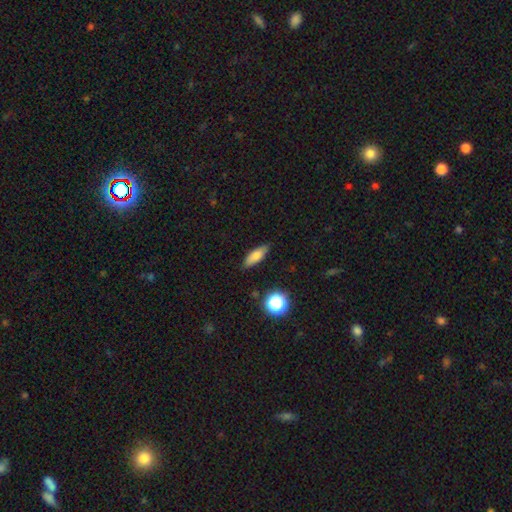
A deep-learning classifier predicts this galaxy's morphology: Smooth or featured?
  - smooth: 76% *
  - featured or disk: 15%
  - star or artifact: 9%
How rounded?
  - in between: 60% *
  - cigar-shaped: 36%
  - round: 4%
Merging?
  - none: 84% *
  - minor disturbance: 12%
  - major disturbance: 2%
  - merger: 1%